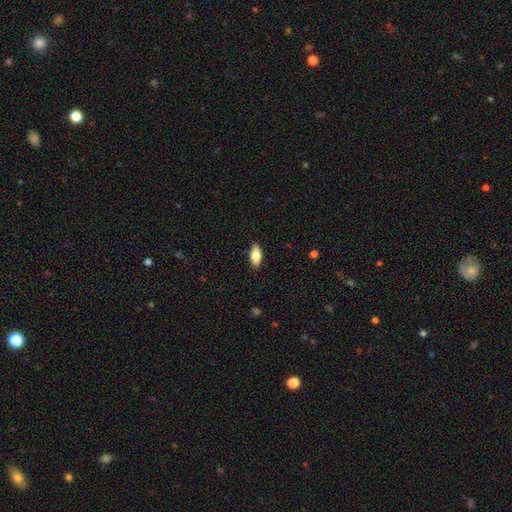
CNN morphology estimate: Smooth or featured? Predicted: smooth (p=0.76). How rounded? Predicted: in between (p=0.82). Merging? Predicted: none (p=0.89).